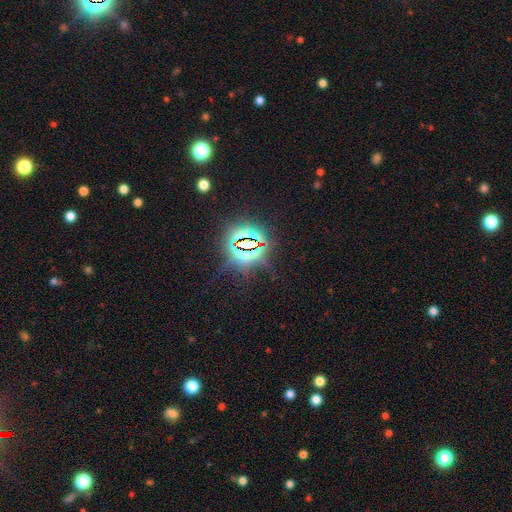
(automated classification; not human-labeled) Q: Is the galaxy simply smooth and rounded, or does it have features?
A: star or artifact — 82%.